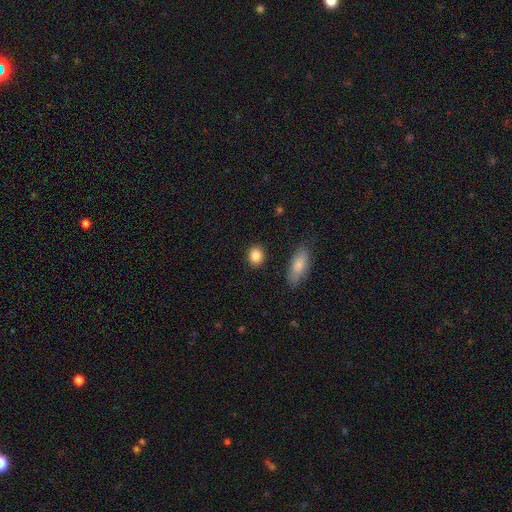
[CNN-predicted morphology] This is clearly a smooth galaxy (87%). How rounded: likely round (63%). Merging: clearly none (88%).